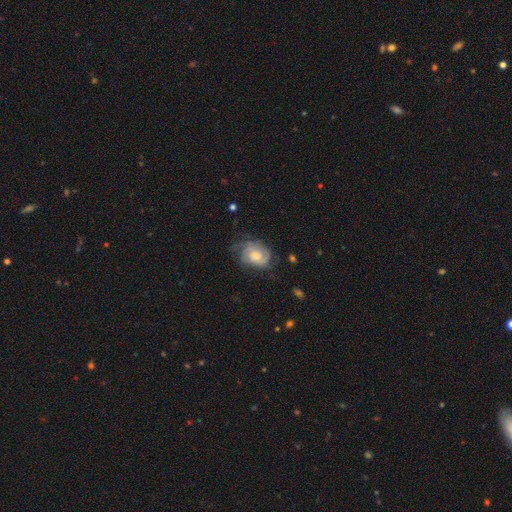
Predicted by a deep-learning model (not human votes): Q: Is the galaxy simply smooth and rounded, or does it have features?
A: featured or disk — 71%.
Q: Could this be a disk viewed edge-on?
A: no — 97%.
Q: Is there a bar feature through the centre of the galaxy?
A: no — 70%.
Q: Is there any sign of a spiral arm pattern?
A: yes — 91%.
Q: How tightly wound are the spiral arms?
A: tight — 54%.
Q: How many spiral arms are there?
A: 2 — 34%.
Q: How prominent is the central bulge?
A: moderate — 54%.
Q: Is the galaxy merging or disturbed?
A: none — 56%.